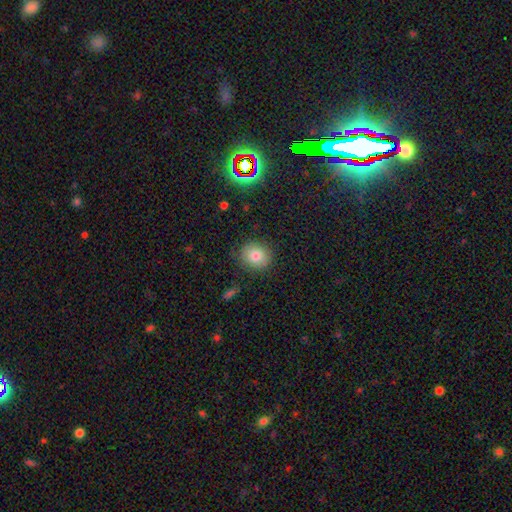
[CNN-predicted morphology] Smooth or featured: smooth — 79% (featured or disk — 10%)
How rounded: round — 74% (in between — 25%)
Merging: none — 84% (minor disturbance — 11%)